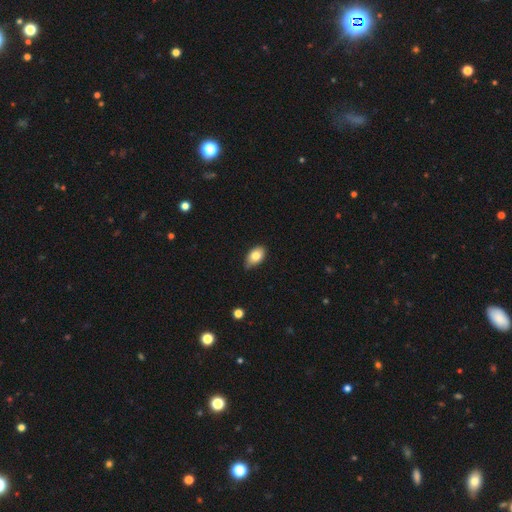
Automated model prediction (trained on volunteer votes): Smooth or featured?
  - smooth: 80% *
  - featured or disk: 12%
  - star or artifact: 8%
How rounded?
  - in between: 89% *
  - round: 9%
  - cigar-shaped: 2%
Merging?
  - none: 67% *
  - minor disturbance: 28%
  - major disturbance: 3%
  - merger: 2%